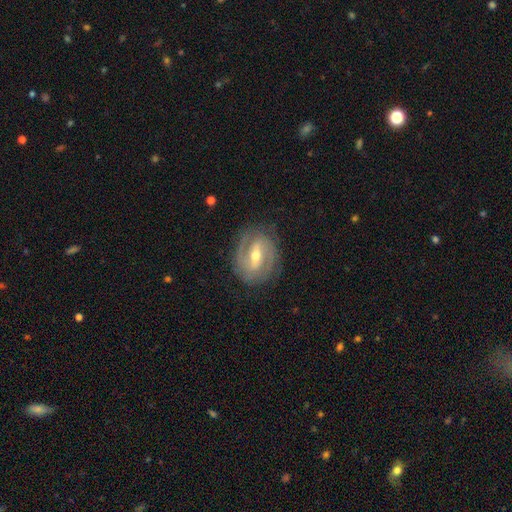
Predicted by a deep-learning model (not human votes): A featured or disk galaxy (85%) with a strong bar (47%), 2 (80%) tight (50%) spiral arms (92%) and a moderate central bulge (61%).

Vote fractions:
- Smooth or featured? featured or disk: 85% / smooth: 10% / star or artifact: 5%
- Edge-on disk? no: 96% / yes: 4%
- Bar? strong: 47% / weak: 39% / no: 13%
- Spiral arms? yes: 92% / no: 8%
- Spiral winding? tight: 50% / medium: 40% / loose: 10%
- Spiral arm count? 2: 80% / can't tell: 8% / 3: 6% / 1: 3% / 4: 1% / more than 4: 1%
- Bulge size? moderate: 61% / small: 35% / large: 3% / none: 1% / dominant: 1%
- Merging? none: 80% / minor disturbance: 14% / major disturbance: 5% / merger: 1%